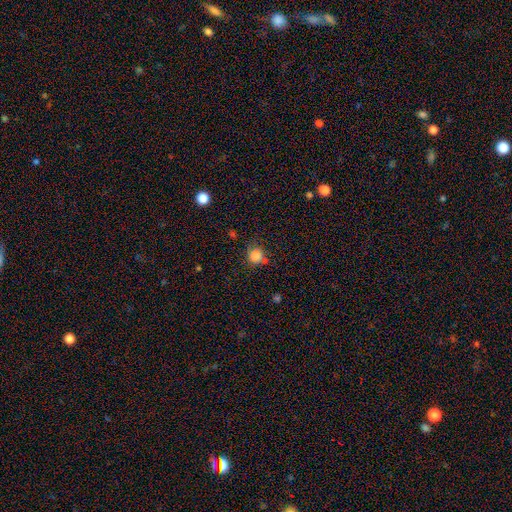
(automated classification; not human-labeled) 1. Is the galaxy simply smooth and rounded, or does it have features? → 84% smooth, 12% star or artifact, 4% featured or disk.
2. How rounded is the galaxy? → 88% round, 11% in between, 1% cigar-shaped.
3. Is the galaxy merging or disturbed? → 69% none, 19% minor disturbance, 7% merger, 5% major disturbance.